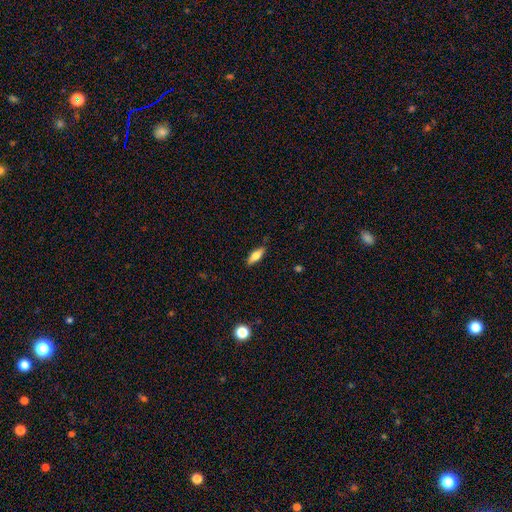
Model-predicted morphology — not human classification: This is likely a smooth galaxy (67%). How rounded: likely in between (61%). Merging: clearly none (83%).